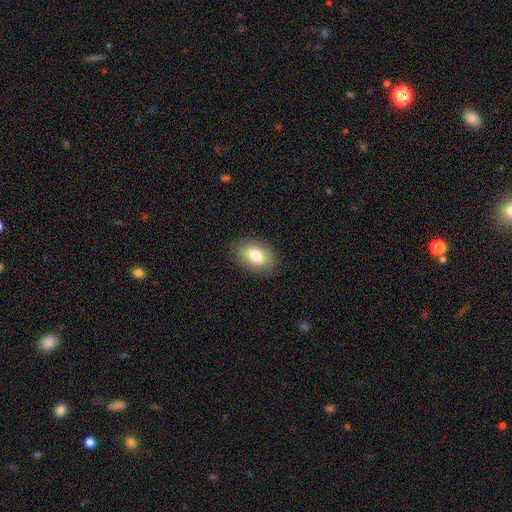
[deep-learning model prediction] Smooth or featured?
  - smooth: 79% *
  - featured or disk: 13%
  - star or artifact: 8%
How rounded?
  - in between: 86% *
  - round: 12%
  - cigar-shaped: 1%
Merging?
  - none: 87% *
  - minor disturbance: 10%
  - major disturbance: 3%
  - merger: 1%